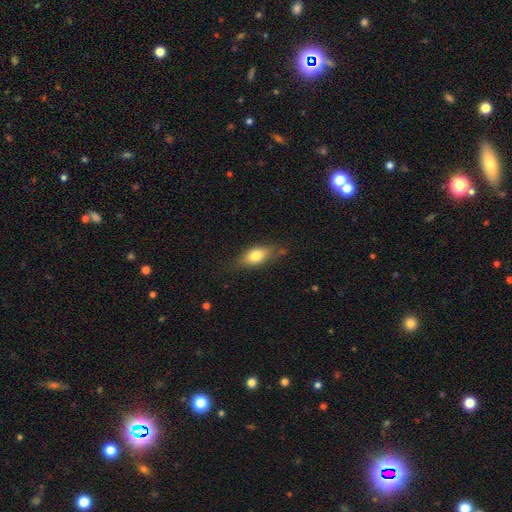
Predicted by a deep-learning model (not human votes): smooth-or-featured: smooth: 76% | featured or disk: 17% | star or artifact: 7%
  how-rounded: in between: 82% | cigar-shaped: 12% | round: 6%
  merging: none: 70% | minor disturbance: 22% | major disturbance: 5% | merger: 2%